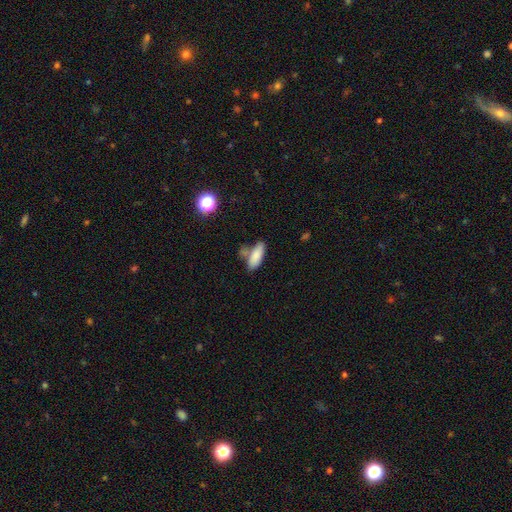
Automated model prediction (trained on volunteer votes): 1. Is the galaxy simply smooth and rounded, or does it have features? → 83% smooth, 9% featured or disk, 8% star or artifact.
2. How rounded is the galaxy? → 71% in between, 27% cigar-shaped, 2% round.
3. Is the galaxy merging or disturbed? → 56% none, 19% merger, 19% minor disturbance, 6% major disturbance.